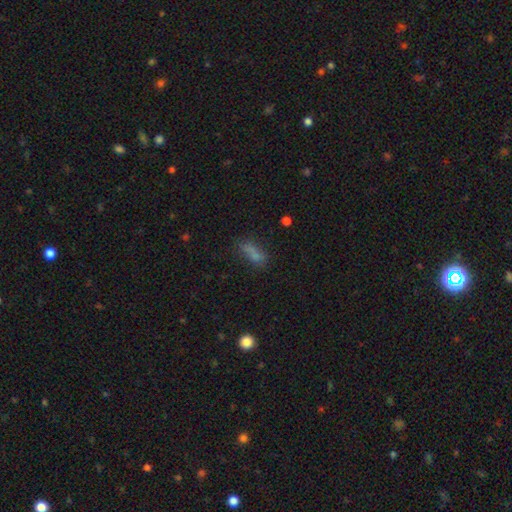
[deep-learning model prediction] Q: Smooth or featured?
A: smooth (68%); runner-up: star or artifact (17%)
Q: How rounded?
A: in between (56%); runner-up: cigar-shaped (38%)
Q: Merging?
A: none (56%); runner-up: minor disturbance (20%)